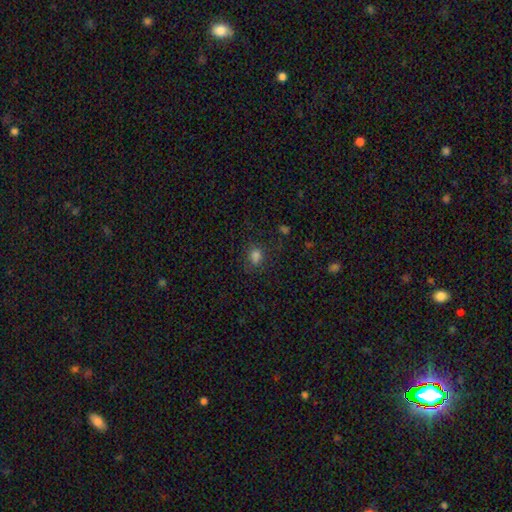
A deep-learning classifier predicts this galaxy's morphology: This appears to be a smooth galaxy with no disk features (77%) that is round (55%). Merging: none (73%).